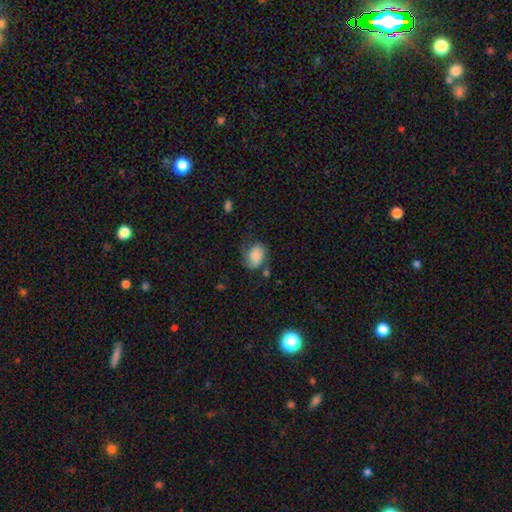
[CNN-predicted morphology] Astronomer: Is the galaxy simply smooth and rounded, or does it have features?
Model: smooth — 64%.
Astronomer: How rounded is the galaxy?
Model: in between — 79%.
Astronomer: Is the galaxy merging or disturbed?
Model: none — 44% (runner-up: minor disturbance, 30%).